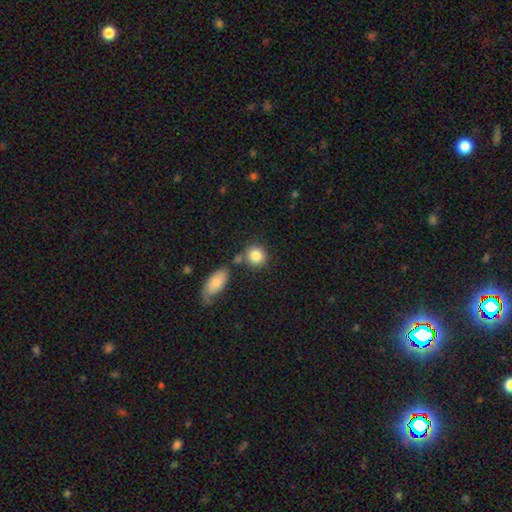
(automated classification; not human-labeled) Smooth or featured: smooth — 84% (star or artifact — 8%)
How rounded: round — 82% (in between — 17%)
Merging: none — 68% (merger — 16%)